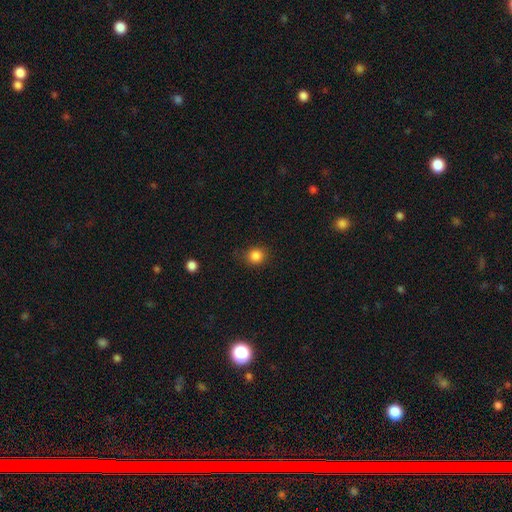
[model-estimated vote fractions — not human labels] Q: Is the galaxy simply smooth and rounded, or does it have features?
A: smooth — 85%.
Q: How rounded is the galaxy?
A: round — 85%.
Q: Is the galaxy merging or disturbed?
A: none — 82%.